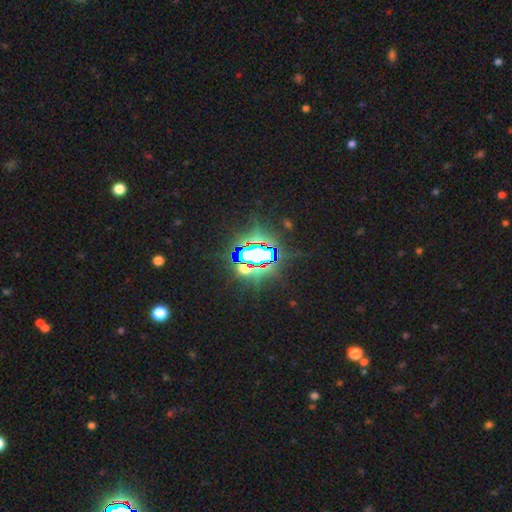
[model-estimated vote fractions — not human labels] Morphology: type=star or artifact (79%).